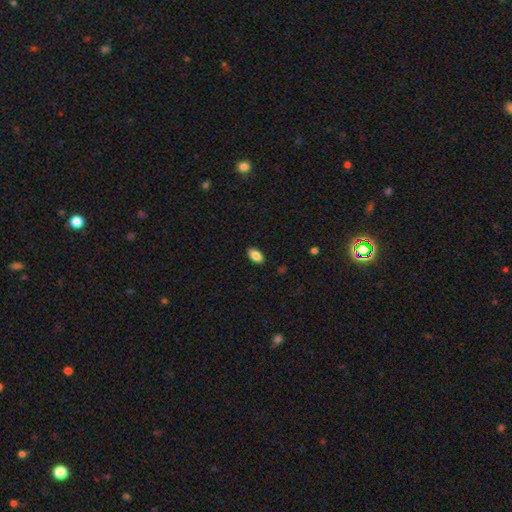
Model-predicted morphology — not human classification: smooth 86%, star or artifact 7%, featured or disk 7%. Down the decision tree: how rounded — in between (93%); merging — none (88%).